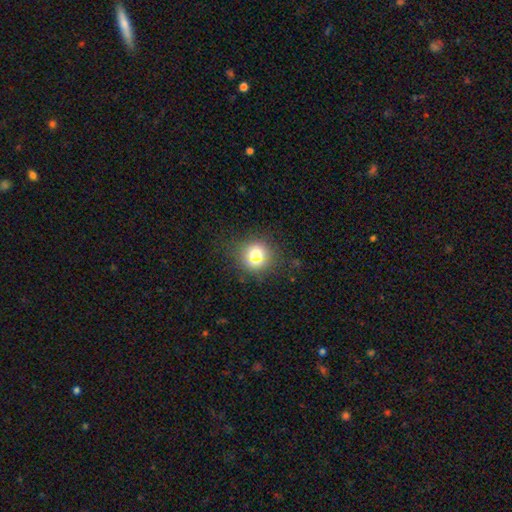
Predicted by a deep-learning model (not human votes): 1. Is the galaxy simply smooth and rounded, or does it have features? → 72% smooth, 15% star or artifact, 13% featured or disk.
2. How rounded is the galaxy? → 89% round, 10% in between, 1% cigar-shaped.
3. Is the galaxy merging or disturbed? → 80% none, 13% minor disturbance, 5% major disturbance, 2% merger.